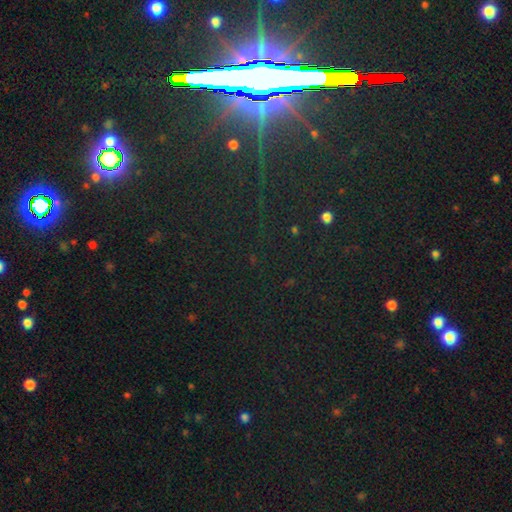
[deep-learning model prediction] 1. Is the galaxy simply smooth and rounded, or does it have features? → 77% star or artifact, 12% smooth, 11% featured or disk.